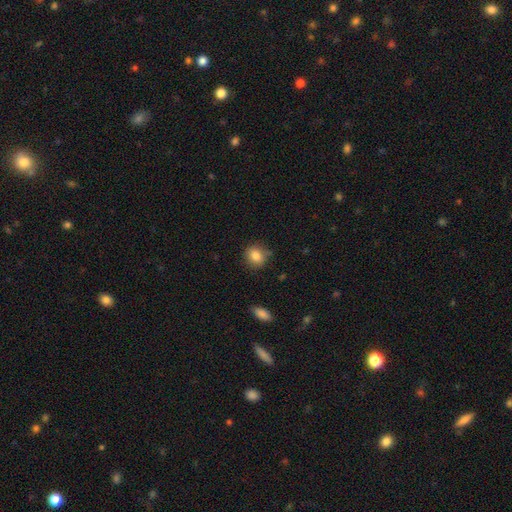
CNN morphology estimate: Q: Smooth or featured?
A: smooth (85%); runner-up: star or artifact (9%)
Q: How rounded?
A: round (75%); runner-up: in between (24%)
Q: Merging?
A: none (81%); runner-up: minor disturbance (14%)